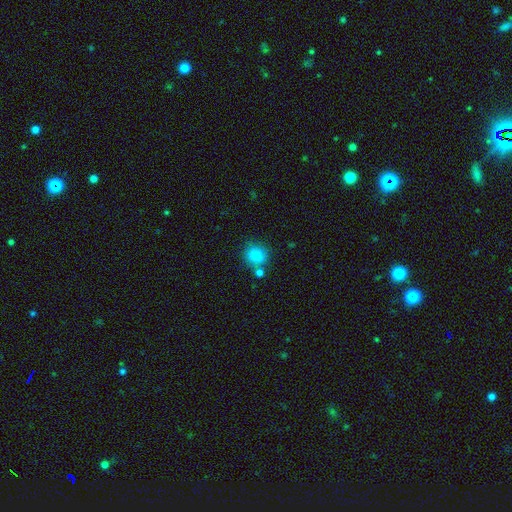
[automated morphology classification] Overall: smooth (85%). How rounded: round (77%). Merging: none (68%).